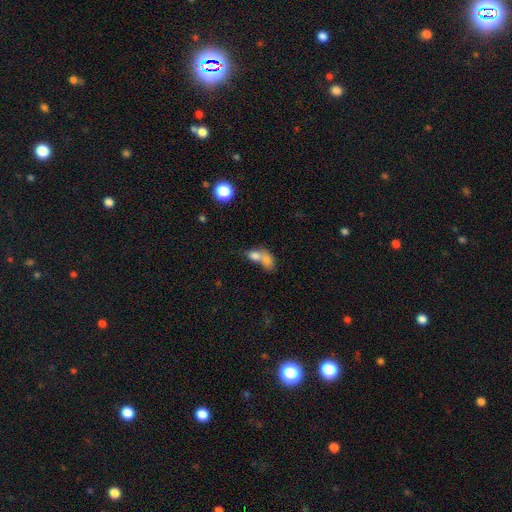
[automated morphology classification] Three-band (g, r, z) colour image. It shows a smooth galaxy with no disk features (75%) that is in between round and cigar-shaped (72%). Merging: merger (73%).